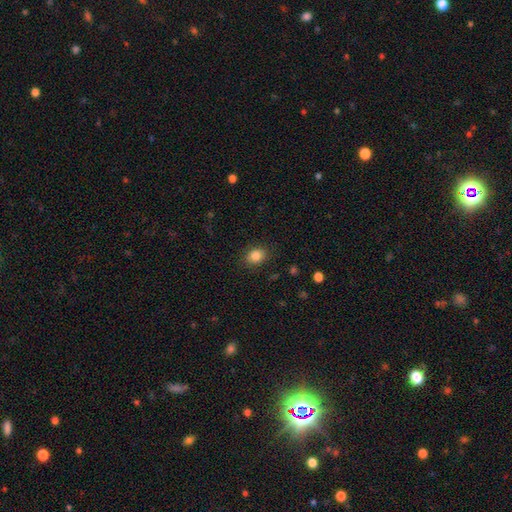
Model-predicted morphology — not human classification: This appears to be a smooth galaxy with no disk features (85%) that is in between round and cigar-shaped (57%). Merging: none (87%).